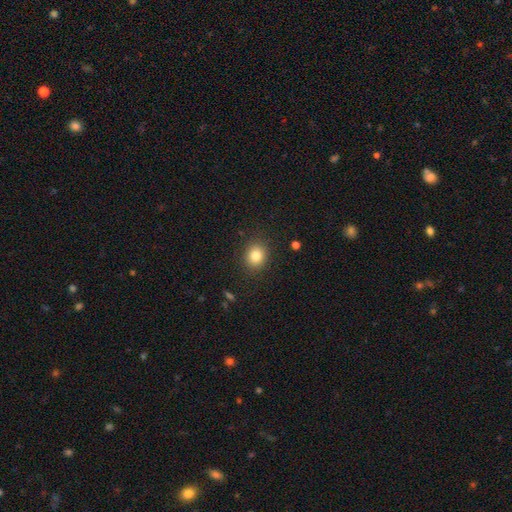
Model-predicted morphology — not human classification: Smooth or featured?
  - smooth: 82% *
  - star or artifact: 11%
  - featured or disk: 7%
How rounded?
  - round: 72% *
  - in between: 27%
  - cigar-shaped: 1%
Merging?
  - none: 88% *
  - minor disturbance: 8%
  - major disturbance: 3%
  - merger: 1%